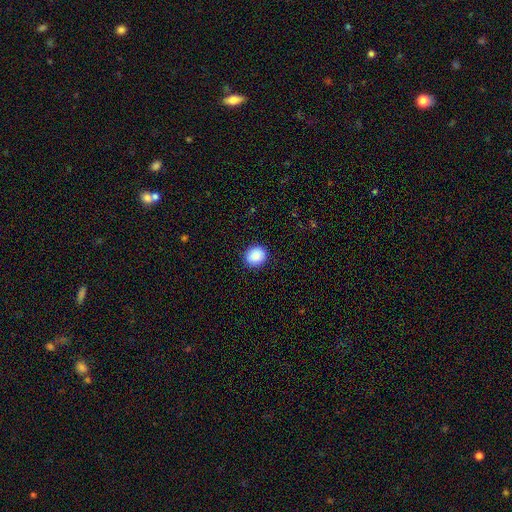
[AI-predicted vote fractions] Smooth or featured: smooth — 88% (star or artifact — 8%)
How rounded: round — 83% (in between — 17%)
Merging: none — 91% (minor disturbance — 6%)